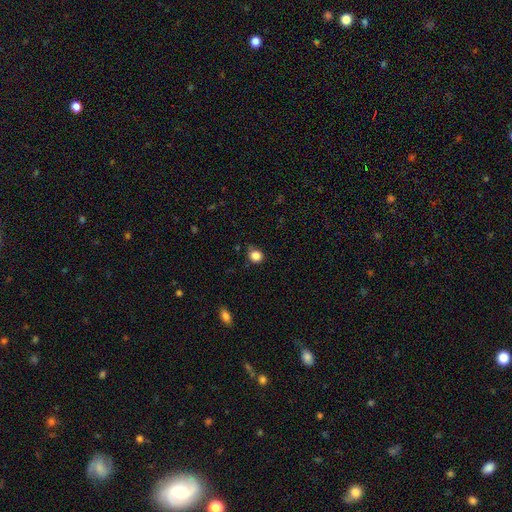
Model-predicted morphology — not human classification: smooth-or-featured: smooth: 85% | star or artifact: 11% | featured or disk: 4%
  how-rounded: round: 82% | in between: 17% | cigar-shaped: 1%
  merging: none: 72% | minor disturbance: 21% | major disturbance: 4% | merger: 2%